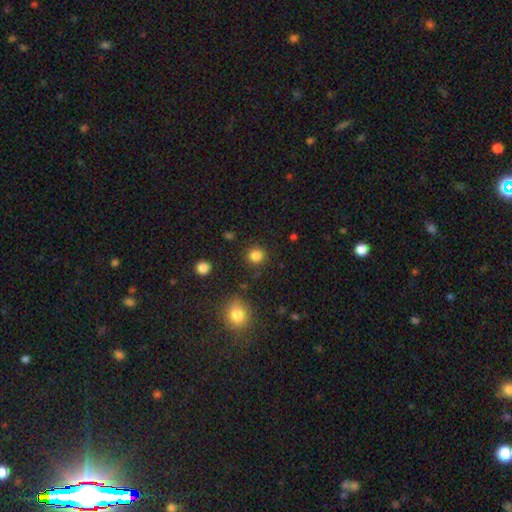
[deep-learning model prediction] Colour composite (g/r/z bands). It shows a smooth galaxy with no disk features (84%) that is round (91%). Merging: none (89%).